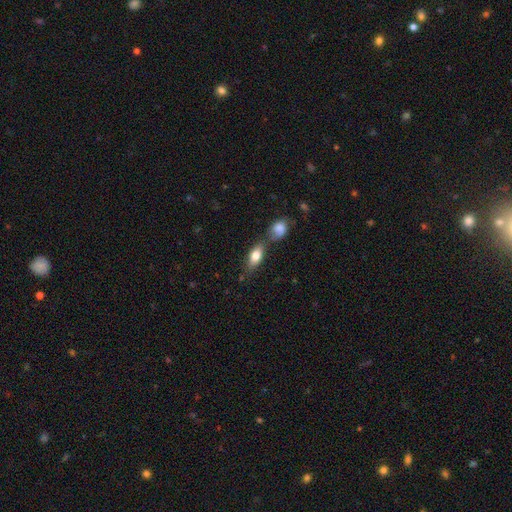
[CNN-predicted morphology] Overall: smooth (75%). How rounded: in between (82%). Merging: none (56%; merger 27%).